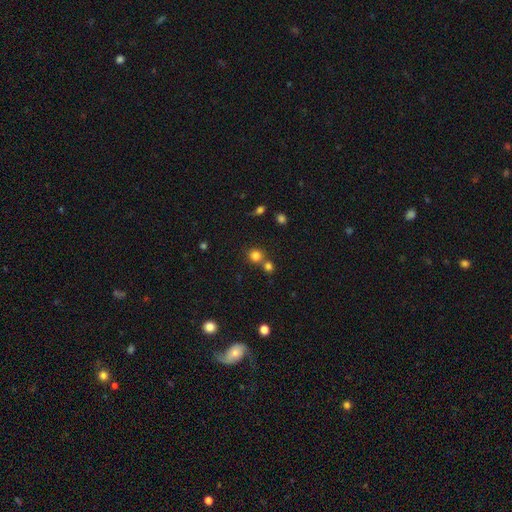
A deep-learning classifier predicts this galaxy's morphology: This is likely a smooth galaxy (79%). How rounded: clearly round (87%). Merging: possibly none (59%).